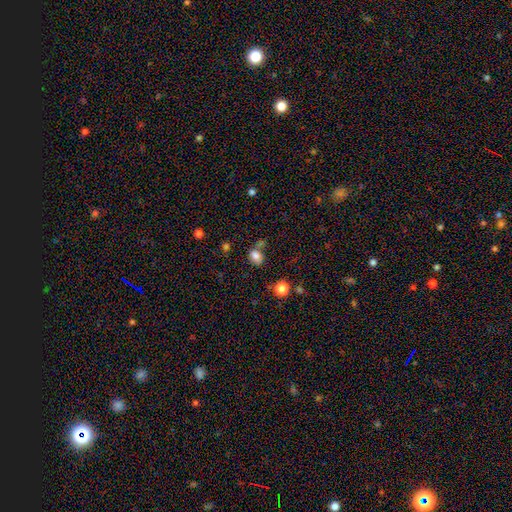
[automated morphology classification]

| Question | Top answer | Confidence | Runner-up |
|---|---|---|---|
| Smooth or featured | smooth | 80% | star or artifact (12%) |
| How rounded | in between | 56% | round (42%) |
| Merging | none | 55% | minor disturbance (19%) |